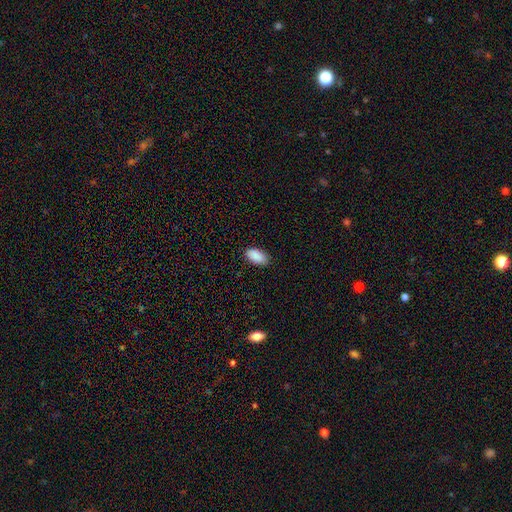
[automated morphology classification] Smooth or featured: smooth — 90% (star or artifact — 7%)
How rounded: in between — 94% (cigar-shaped — 3%)
Merging: none — 86% (minor disturbance — 11%)